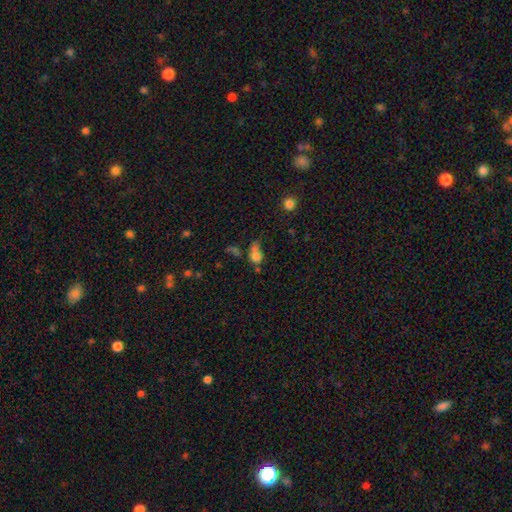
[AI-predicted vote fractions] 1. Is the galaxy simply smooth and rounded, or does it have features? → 67% smooth, 17% star or artifact, 16% featured or disk.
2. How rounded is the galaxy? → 52% in between, 43% round, 5% cigar-shaped.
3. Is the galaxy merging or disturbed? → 31% merger, 26% major disturbance, 26% none, 18% minor disturbance.